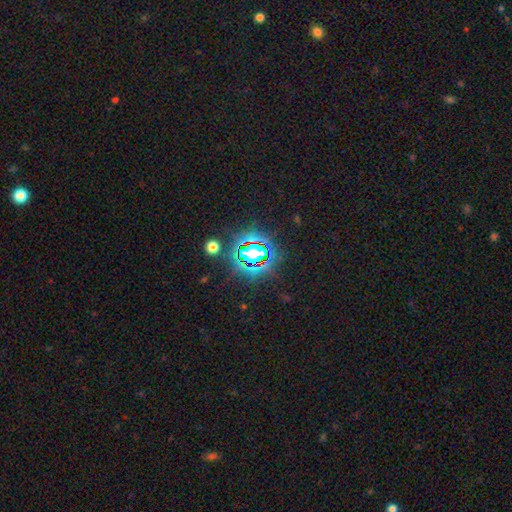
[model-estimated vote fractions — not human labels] star or artifact 79%, smooth 13%, featured or disk 8%.